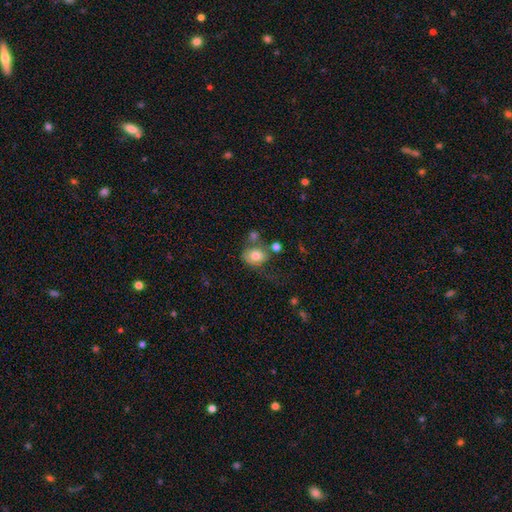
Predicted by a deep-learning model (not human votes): smooth-or-featured: smooth: 73% | featured or disk: 18% | star or artifact: 9%
  how-rounded: in between: 52% | round: 47% | cigar-shaped: 1%
  merging: none: 37% | minor disturbance: 22% | major disturbance: 20% | merger: 20%